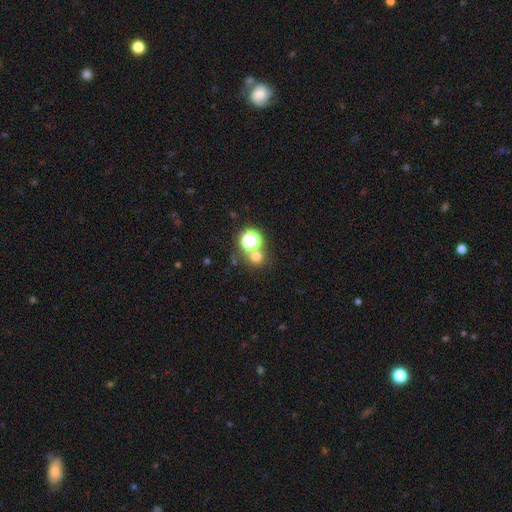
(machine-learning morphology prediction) Smooth or featured? Predicted: smooth (p=0.66). How rounded? Predicted: round (p=0.88). Merging? Predicted: none (p=0.66).